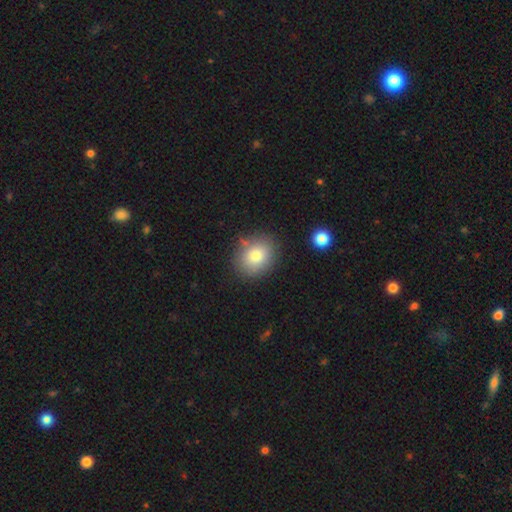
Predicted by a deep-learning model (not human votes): smooth_or_featured: smooth (p=0.81) [alt: featured or disk p=0.10]
how_rounded: round (p=0.51) [alt: in between p=0.48]
merging: none (p=0.82) [alt: minor disturbance p=0.11]